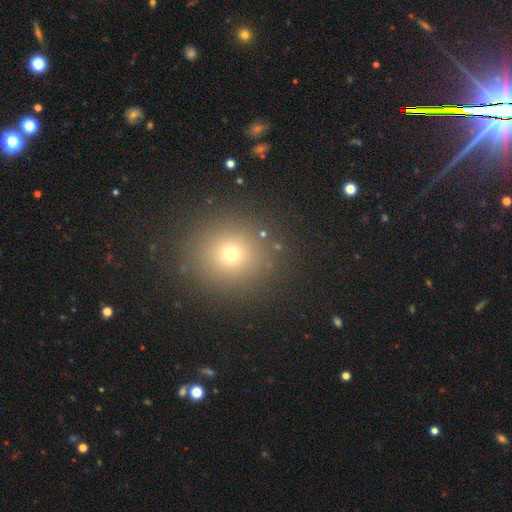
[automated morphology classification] smooth 64%, star or artifact 28%, featured or disk 8%. Down the decision tree: how rounded — round (88%); merging — none (90%).